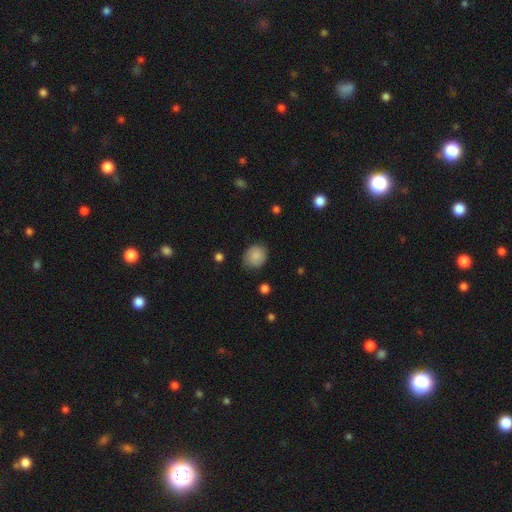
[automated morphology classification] Overall: smooth (83%). How rounded: round (73%). Merging: none (78%).